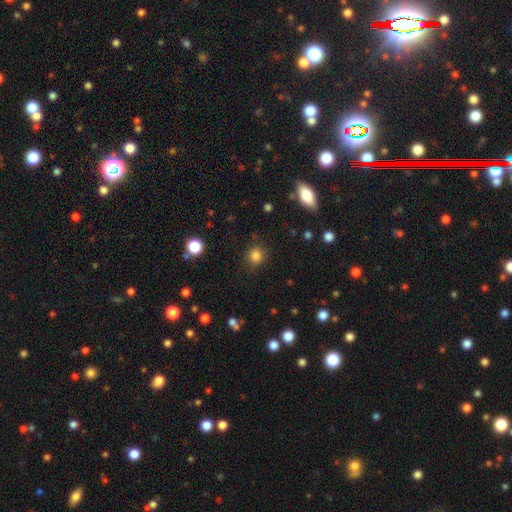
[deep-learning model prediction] Q: Smooth or featured?
A: smooth (83%); runner-up: star or artifact (13%)
Q: How rounded?
A: round (89%); runner-up: in between (10%)
Q: Merging?
A: none (87%); runner-up: minor disturbance (8%)